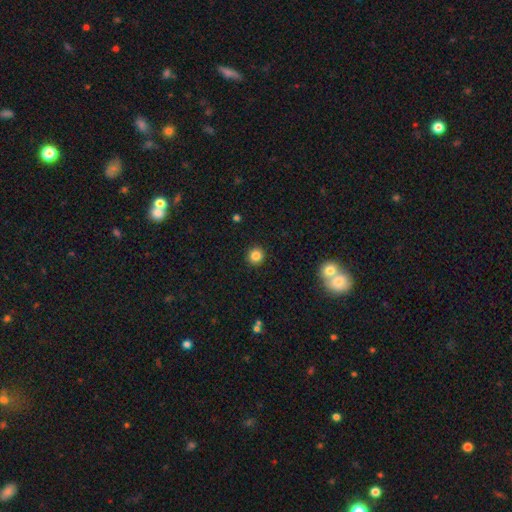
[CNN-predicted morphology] smooth_or_featured: smooth (p=0.84) [alt: star or artifact p=0.11]
how_rounded: round (p=0.93) [alt: in between p=0.06]
merging: none (p=0.92) [alt: minor disturbance p=0.05]